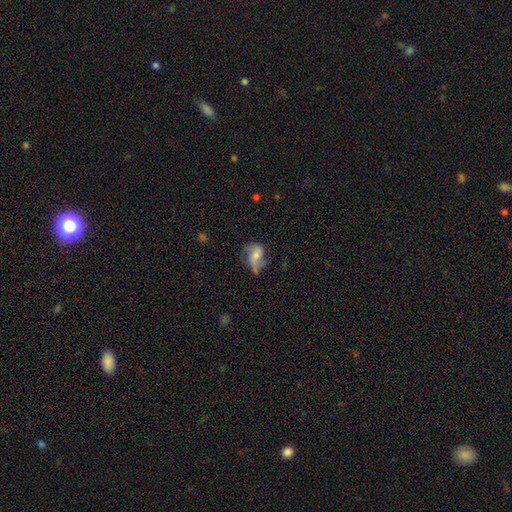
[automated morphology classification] This is possibly a featured or disk galaxy (50%). It is clearly not viewed edge-on (97%). Merging: marginally none (42%).